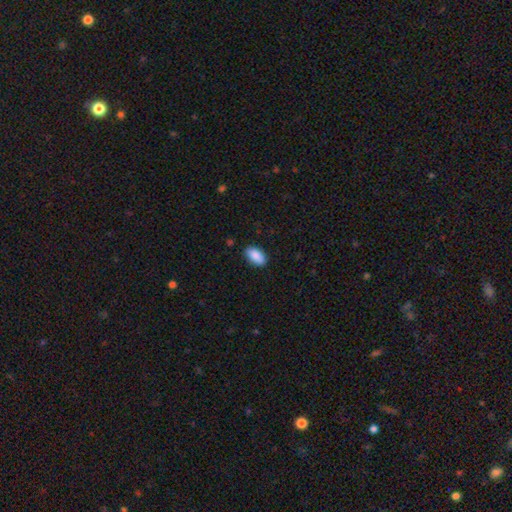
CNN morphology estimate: type=smooth (88%); roundness=in between (94%); merging=none (87%).